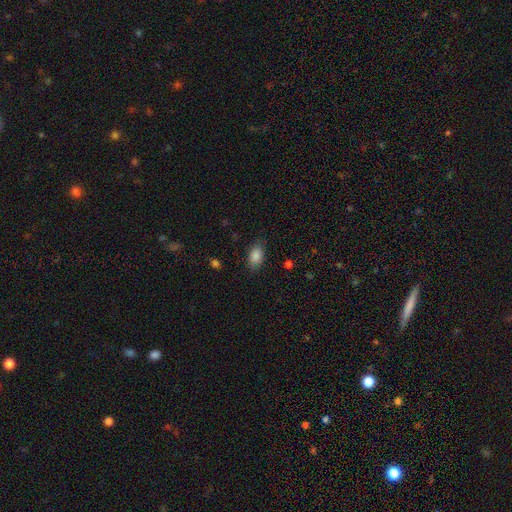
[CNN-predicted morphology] smooth-or-featured: smooth: 87% | star or artifact: 8% | featured or disk: 6%
  how-rounded: in between: 90% | round: 8% | cigar-shaped: 3%
  merging: none: 80% | minor disturbance: 15% | major disturbance: 4% | merger: 1%